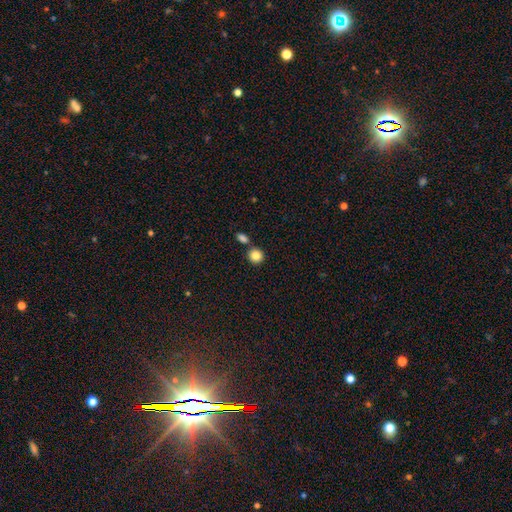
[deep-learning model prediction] This is clearly a smooth galaxy (86%). How rounded: clearly round (90%). Merging: likely none (75%).